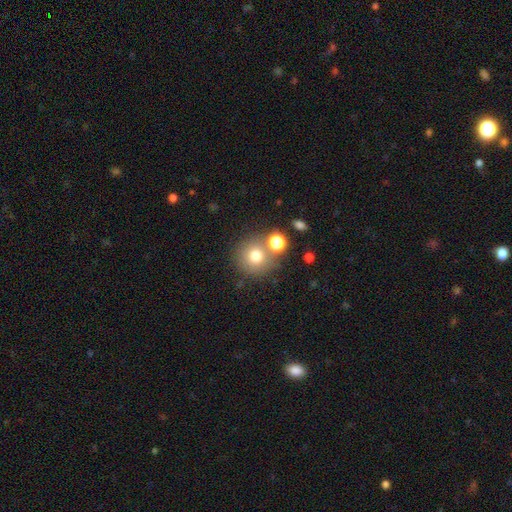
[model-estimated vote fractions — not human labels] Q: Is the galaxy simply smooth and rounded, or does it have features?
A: smooth — 75%.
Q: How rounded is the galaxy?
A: round — 92%.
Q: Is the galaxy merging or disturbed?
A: none — 69%.